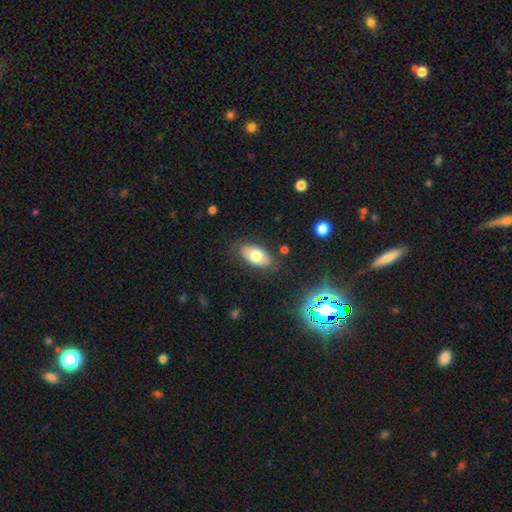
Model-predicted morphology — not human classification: Smooth or featured?
  - smooth: 71% *
  - featured or disk: 21%
  - star or artifact: 8%
How rounded?
  - in between: 93% *
  - round: 4%
  - cigar-shaped: 2%
Merging?
  - none: 81% *
  - minor disturbance: 13%
  - major disturbance: 4%
  - merger: 2%